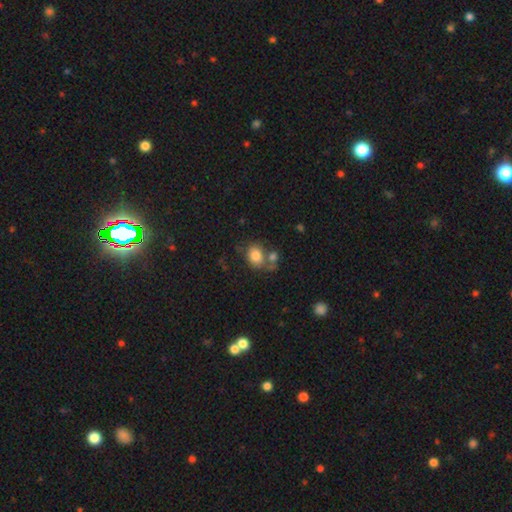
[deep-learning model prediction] A smooth galaxy with no disk features (80%) that is round (50%). Merging: none (50%).